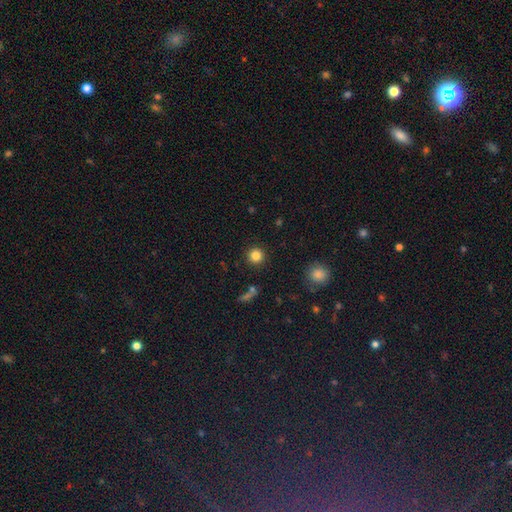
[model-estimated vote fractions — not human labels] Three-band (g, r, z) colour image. It shows a smooth galaxy with no disk features (83%) that is round (94%). Merging: none (91%).